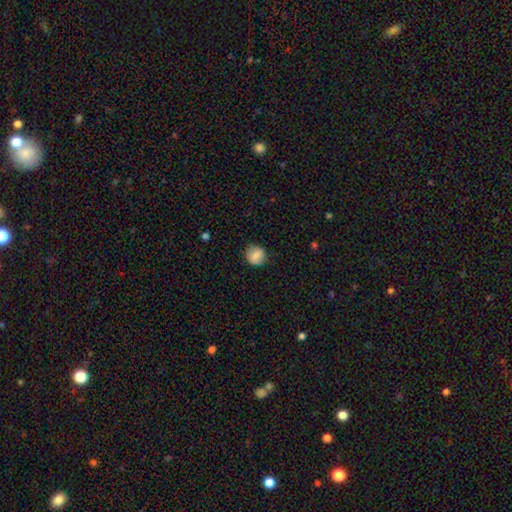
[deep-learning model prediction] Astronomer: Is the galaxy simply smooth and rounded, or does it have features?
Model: smooth — 76%.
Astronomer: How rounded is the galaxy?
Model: round — 86%.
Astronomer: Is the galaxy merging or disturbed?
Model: none — 84%.